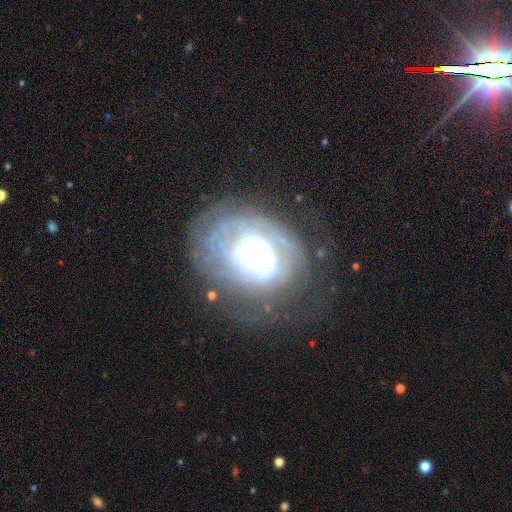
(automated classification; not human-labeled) Q: Smooth or featured?
A: featured or disk (86%); runner-up: smooth (8%)
Q: Edge-on disk?
A: no (97%); runner-up: yes (3%)
Q: Bar?
A: no (77%); runner-up: weak (18%)
Q: Spiral arms?
A: yes (93%); runner-up: no (7%)
Q: Spiral winding?
A: tight (73%); runner-up: medium (20%)
Q: Spiral arm count?
A: can't tell (43%); runner-up: 2 (19%)
Q: Bulge size?
A: moderate (58%); runner-up: small (25%)
Q: Merging?
A: none (63%); runner-up: minor disturbance (20%)